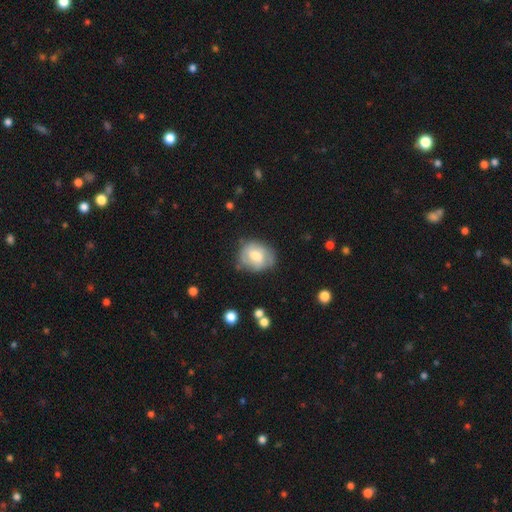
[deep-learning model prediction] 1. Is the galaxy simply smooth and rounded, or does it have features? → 47% featured or disk, 46% smooth, 7% star or artifact.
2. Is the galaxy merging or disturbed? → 64% none, 25% minor disturbance, 9% major disturbance, 2% merger.